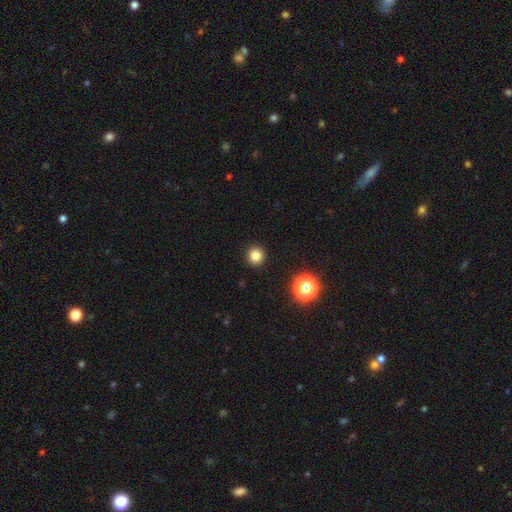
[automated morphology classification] type=smooth (82%); roundness=round (95%); merging=none (93%).